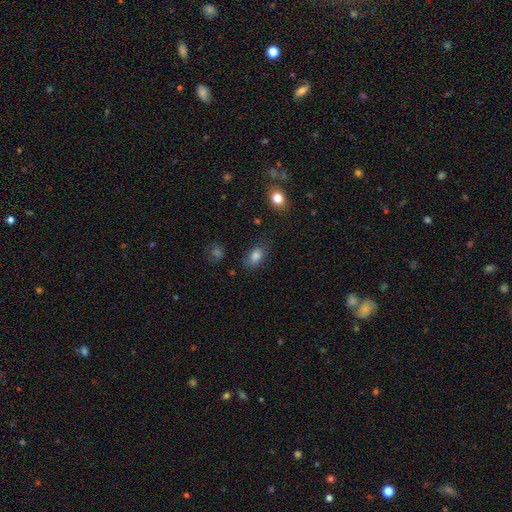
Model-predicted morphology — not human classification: Q: Smooth or featured?
A: smooth (83%); runner-up: star or artifact (10%)
Q: How rounded?
A: in between (83%); runner-up: round (15%)
Q: Merging?
A: none (75%); runner-up: minor disturbance (18%)